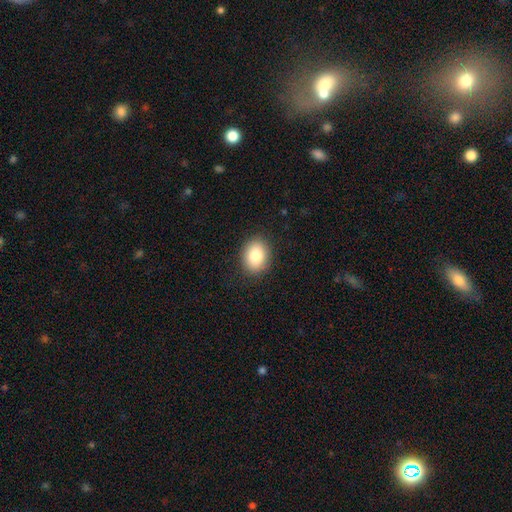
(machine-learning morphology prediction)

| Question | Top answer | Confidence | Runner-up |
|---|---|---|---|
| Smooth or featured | smooth | 86% | star or artifact (8%) |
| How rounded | in between | 62% | round (37%) |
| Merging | none | 88% | minor disturbance (8%) |